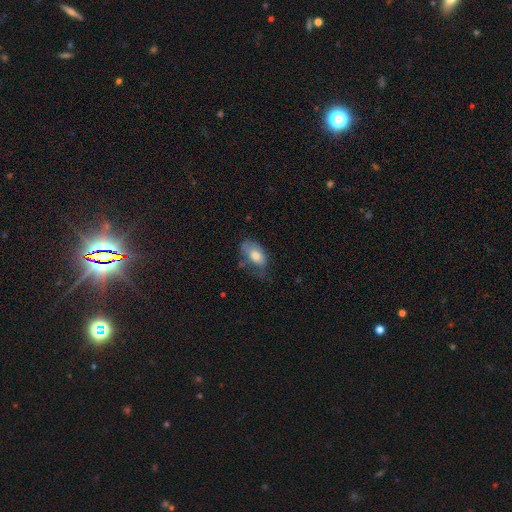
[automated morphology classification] smooth 69%, featured or disk 24%, star or artifact 7%. Down the decision tree: how rounded — in between (91%); merging — none (43%).